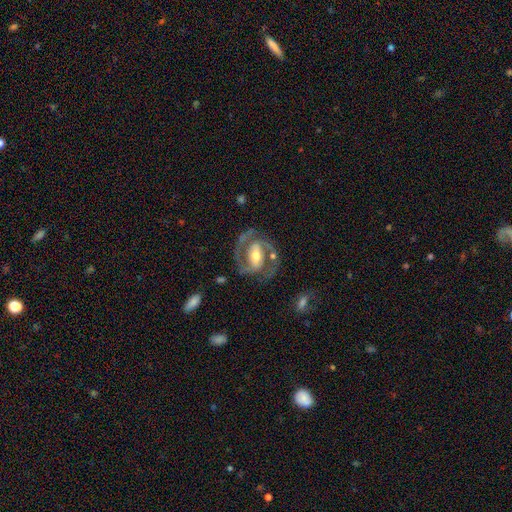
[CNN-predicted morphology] smooth_or_featured: featured or disk (p=0.88) [alt: smooth p=0.07]
disk_edge_on: no (p=0.97) [alt: yes p=0.03]
bar: strong (p=0.52) [alt: weak p=0.31]
has_spiral_arms: yes (p=0.95) [alt: no p=0.05]
spiral_winding: medium (p=0.54) [alt: tight p=0.36]
spiral_arm_count: 2 (p=0.91) [alt: can't tell p=0.03]
bulge_size: moderate (p=0.64) [alt: small p=0.25]
merging: none (p=0.75) [alt: minor disturbance p=0.14]